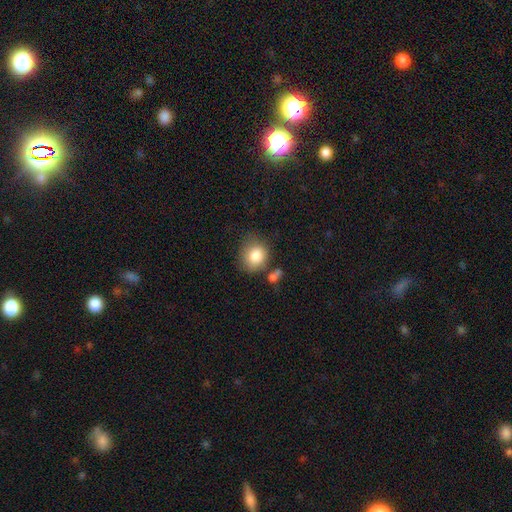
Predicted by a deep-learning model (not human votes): Overall: smooth (82%). How rounded: round (71%). Merging: none (62%).